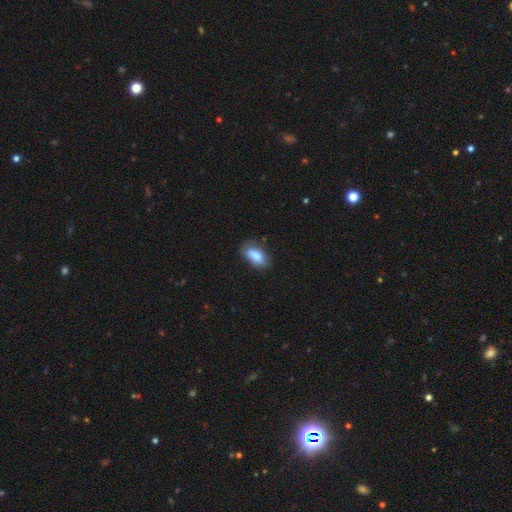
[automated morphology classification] smooth_or_featured: smooth (p=0.81) [alt: featured or disk p=0.12]
how_rounded: in between (p=0.86) [alt: cigar-shaped p=0.10]
merging: none (p=0.66) [alt: minor disturbance p=0.25]